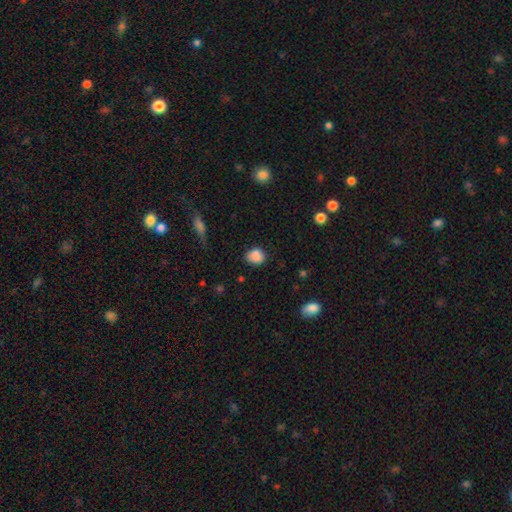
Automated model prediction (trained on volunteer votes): A smooth galaxy with no disk features (86%) that is round (55%).

Vote fractions:
- Smooth or featured? smooth: 86% / star or artifact: 9% / featured or disk: 5%
- How rounded? round: 55% / in between: 44% / cigar-shaped: 1%
- Merging? none: 75% / minor disturbance: 19% / major disturbance: 4% / merger: 2%